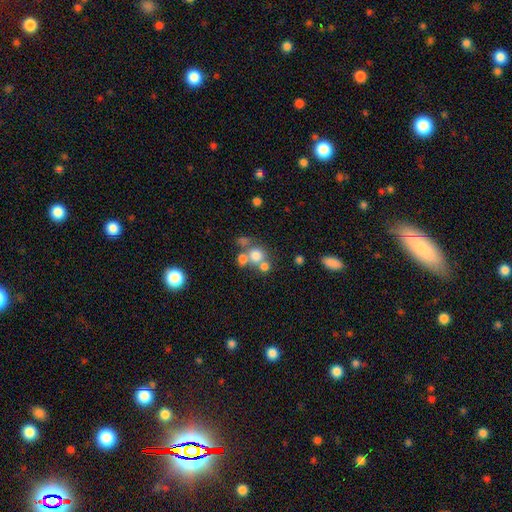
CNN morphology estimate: Smooth or featured? Predicted: smooth (p=0.71). How rounded? Predicted: round (p=0.85). Merging? Predicted: none (p=0.44).